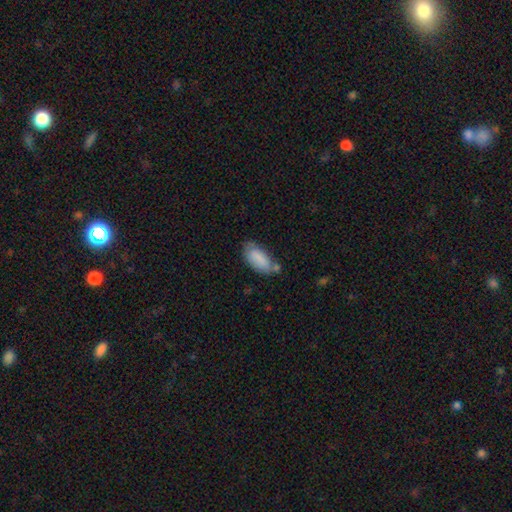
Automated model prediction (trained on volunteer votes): smooth_or_featured: smooth (p=0.84) [alt: featured or disk p=0.09]
how_rounded: in between (p=0.88) [alt: cigar-shaped p=0.10]
merging: none (p=0.56) [alt: minor disturbance p=0.27]